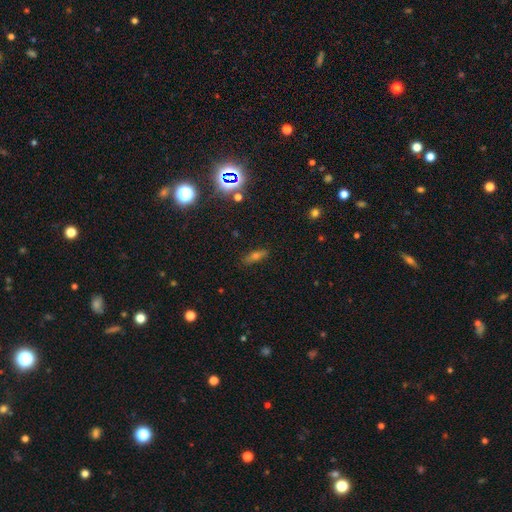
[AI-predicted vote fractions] This appears to be a smooth galaxy with no disk features (48%). Merging: none (85%).